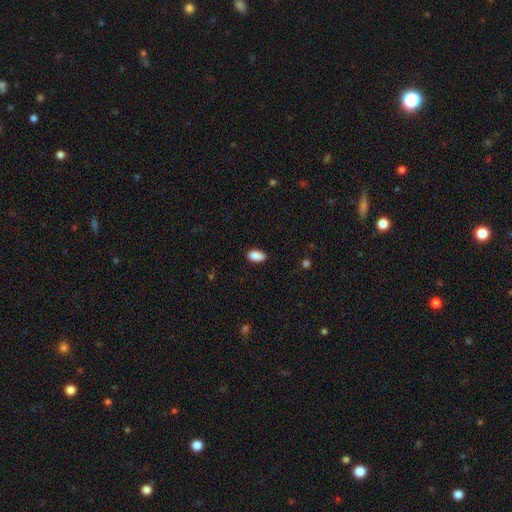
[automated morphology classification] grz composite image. It shows a smooth galaxy with no disk features (88%) that is in between round and cigar-shaped (91%). Merging: none (80%).